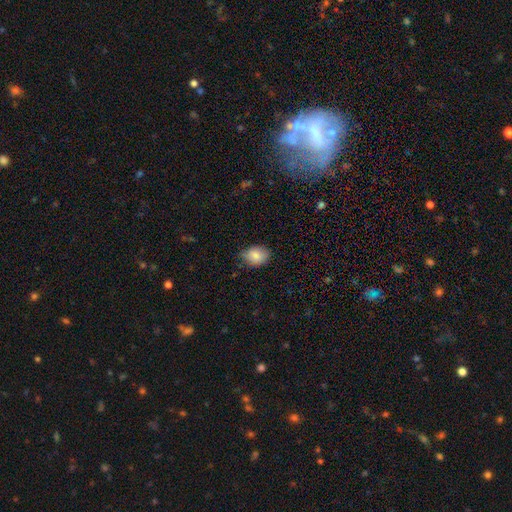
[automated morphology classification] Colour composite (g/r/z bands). It shows a smooth galaxy with no disk features (83%) that is in between round and cigar-shaped (63%). Merging: none (67%).